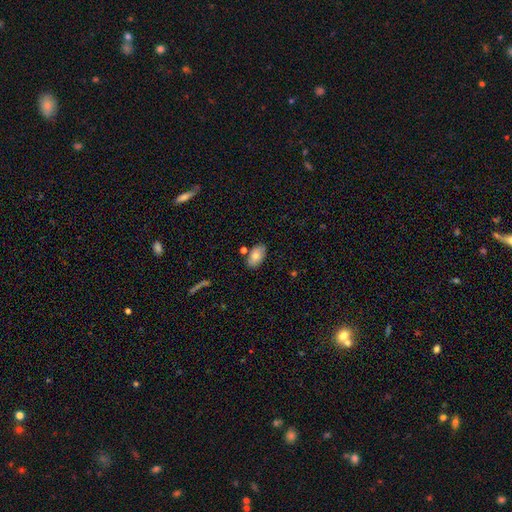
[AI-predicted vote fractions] smooth-or-featured: smooth: 77% | featured or disk: 16% | star or artifact: 7%
  how-rounded: in between: 93% | round: 5% | cigar-shaped: 2%
  merging: none: 80% | minor disturbance: 13% | merger: 5% | major disturbance: 3%